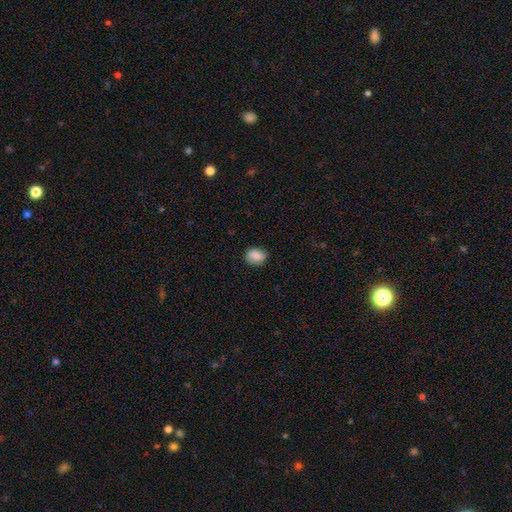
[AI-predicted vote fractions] smooth 84%, star or artifact 8%, featured or disk 8%. Down the decision tree: how rounded — round (55%); merging — none (82%).